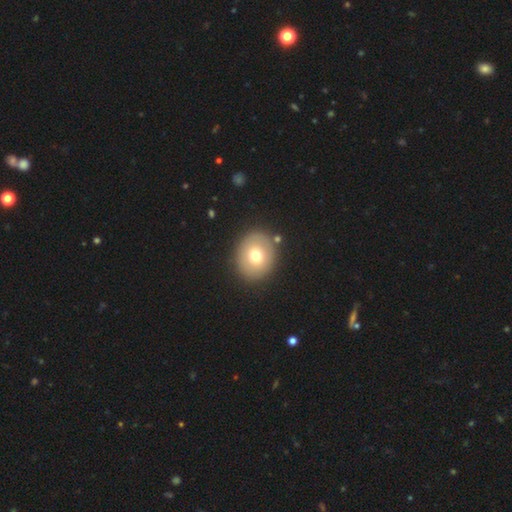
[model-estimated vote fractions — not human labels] Smooth or featured? smooth (70%)
How rounded? round (70%)
Merging? none (85%)